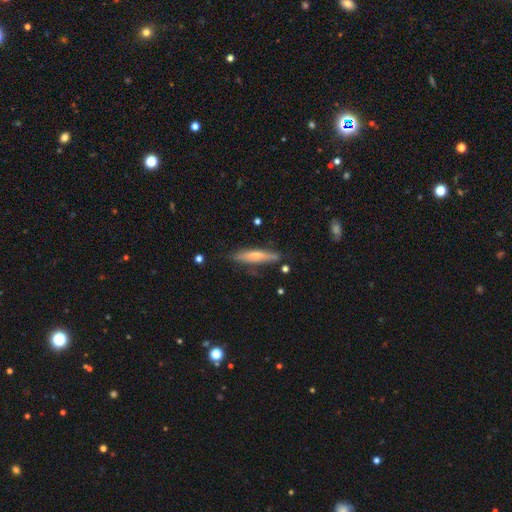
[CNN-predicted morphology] Smooth or featured? Predicted: smooth (p=0.61). How rounded? Predicted: cigar-shaped (p=0.83). Merging? Predicted: none (p=0.76).